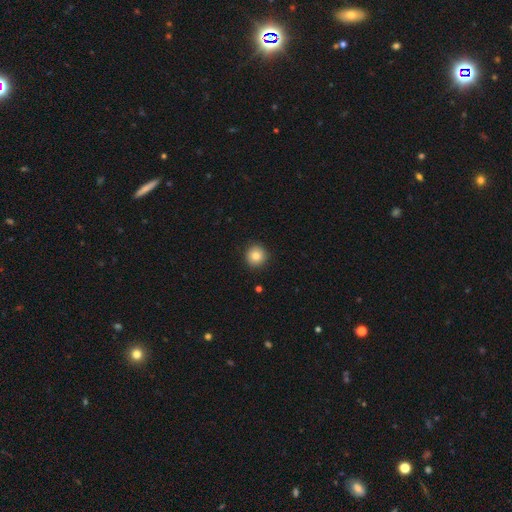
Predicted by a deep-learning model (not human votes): This appears to be a smooth galaxy with no disk features (84%) that is round (95%). Merging: none (91%).